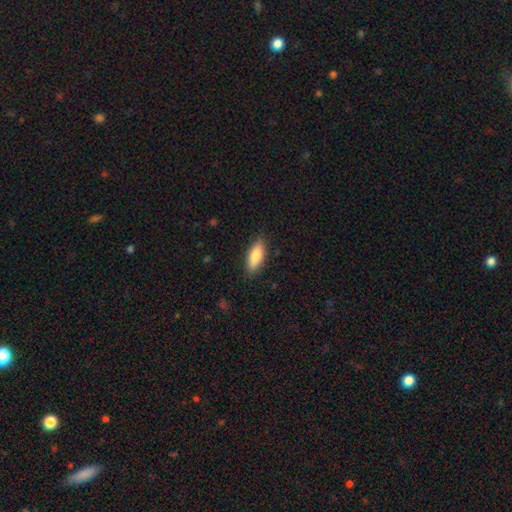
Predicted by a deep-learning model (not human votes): Smooth or featured: smooth — 79% (featured or disk — 15%)
How rounded: in between — 68% (cigar-shaped — 30%)
Merging: none — 87% (minor disturbance — 10%)